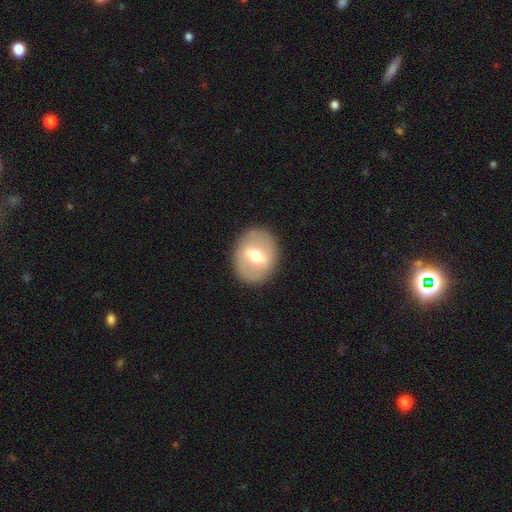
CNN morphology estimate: This is possibly a smooth galaxy (47%). Merging: clearly none (87%).